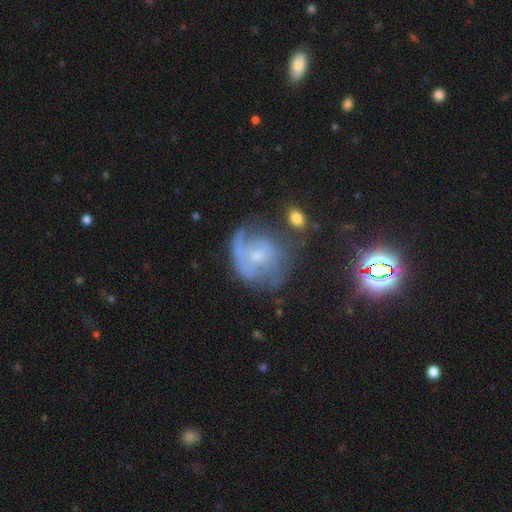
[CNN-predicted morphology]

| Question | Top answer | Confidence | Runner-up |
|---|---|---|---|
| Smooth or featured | featured or disk | 68% | smooth (20%) |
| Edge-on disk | no | 97% | yes (3%) |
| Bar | no | 69% | weak (27%) |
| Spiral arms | yes | 80% | no (20%) |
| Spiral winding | tight | 38% | medium (37%) |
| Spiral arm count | can't tell | 33% | 1 (26%) |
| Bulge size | small | 56% | moderate (34%) |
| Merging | none | 48% | minor disturbance (24%) |